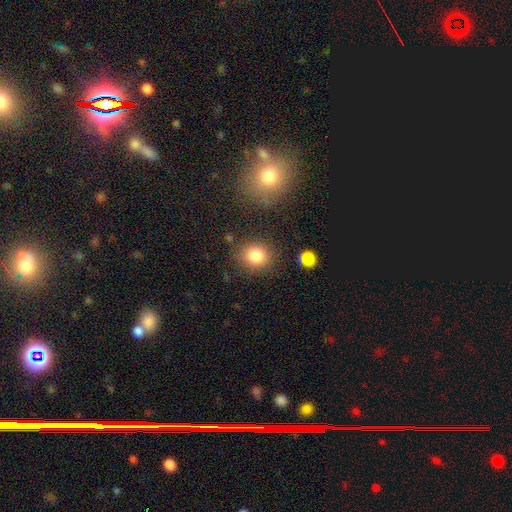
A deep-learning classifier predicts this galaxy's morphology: A smooth galaxy with no disk features (84%) that is round (73%).

Vote fractions:
- Smooth or featured? smooth: 84% / star or artifact: 10% / featured or disk: 6%
- How rounded? round: 73% / in between: 26% / cigar-shaped: 1%
- Merging? none: 80% / minor disturbance: 12% / merger: 4% / major disturbance: 4%